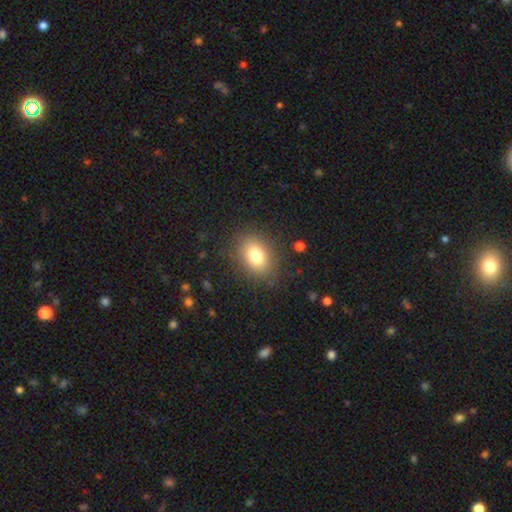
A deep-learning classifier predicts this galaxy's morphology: smooth_or_featured: smooth (p=0.78) [alt: featured or disk p=0.12]
how_rounded: in between (p=0.66) [alt: round p=0.32]
merging: none (p=0.83) [alt: minor disturbance p=0.11]